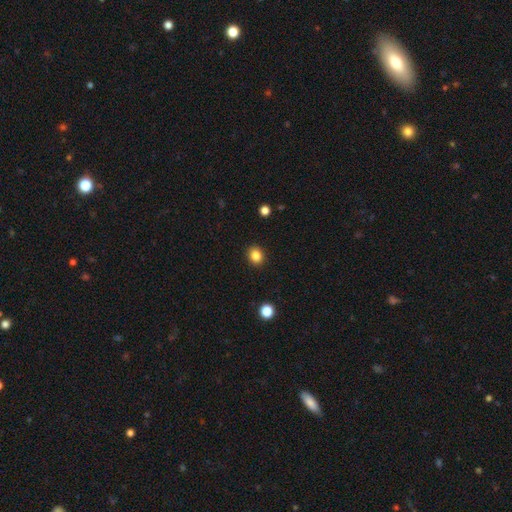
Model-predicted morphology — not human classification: Smooth or featured: smooth — 85% (star or artifact — 11%)
How rounded: round — 72% (in between — 27%)
Merging: none — 91% (minor disturbance — 6%)